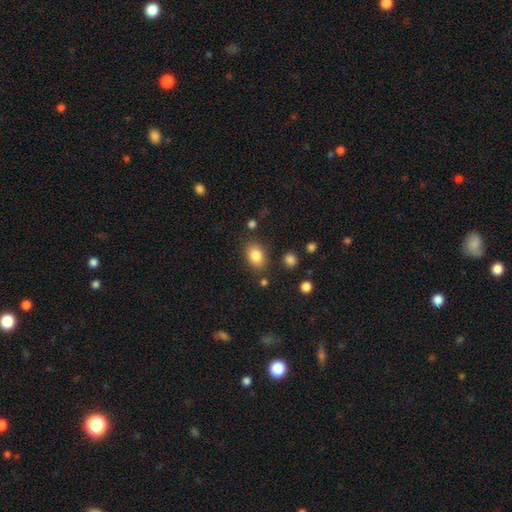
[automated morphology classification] This is clearly a smooth galaxy (84%). How rounded: likely in between (77%). Merging: clearly none (80%).